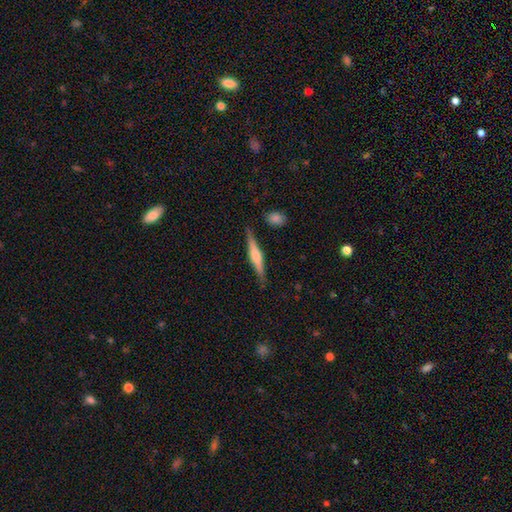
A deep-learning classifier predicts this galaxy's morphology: This is possibly a featured or disk galaxy (59%). It is clearly viewed edge-on (97%). Edge-on bulge: likely rounded (70%). Merging: clearly none (85%).